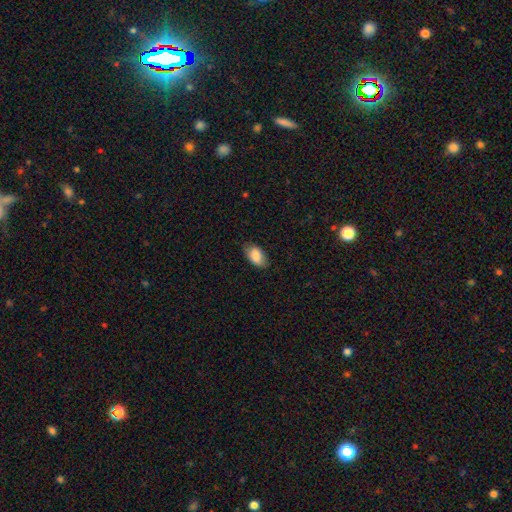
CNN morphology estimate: Smooth or featured?
  - smooth: 86% *
  - featured or disk: 7%
  - star or artifact: 7%
How rounded?
  - in between: 93% *
  - round: 4%
  - cigar-shaped: 2%
Merging?
  - none: 79% *
  - minor disturbance: 17%
  - major disturbance: 3%
  - merger: 1%